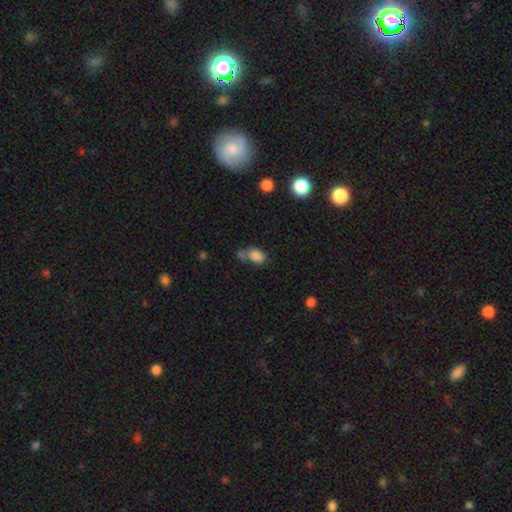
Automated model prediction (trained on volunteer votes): Morphology: type=smooth (83%); roundness=in between (71%); merging=none (41%).